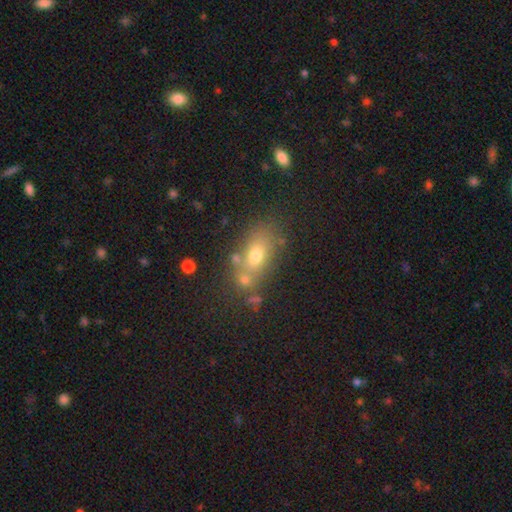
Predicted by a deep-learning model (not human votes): The model was most divided on "merging": none: 58%, merger: 24%, minor disturbance: 13%, major disturbance: 6%. More confident: how rounded — in between (68%); smooth or featured — smooth (62%).